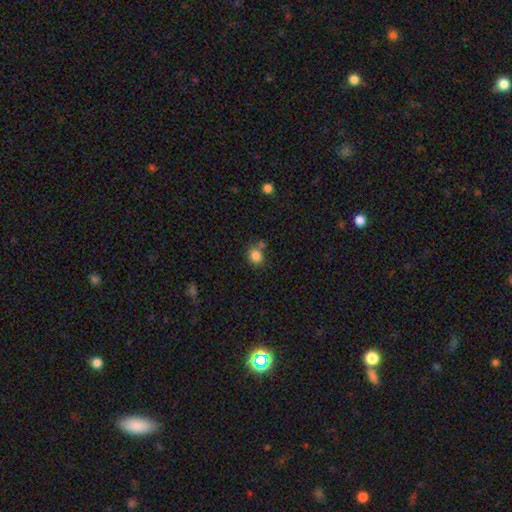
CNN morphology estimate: smooth 83%, star or artifact 11%, featured or disk 5%. Down the decision tree: how rounded — round (73%); merging — none (62%).